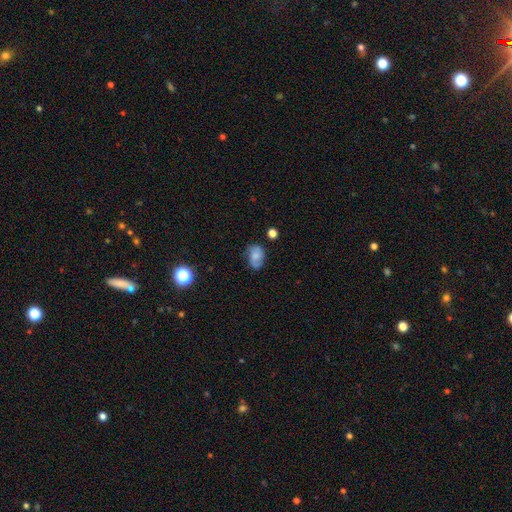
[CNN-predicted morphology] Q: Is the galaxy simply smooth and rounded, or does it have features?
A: smooth — 52%.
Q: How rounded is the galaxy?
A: in between — 73%.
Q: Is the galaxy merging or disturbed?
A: none — 61%.